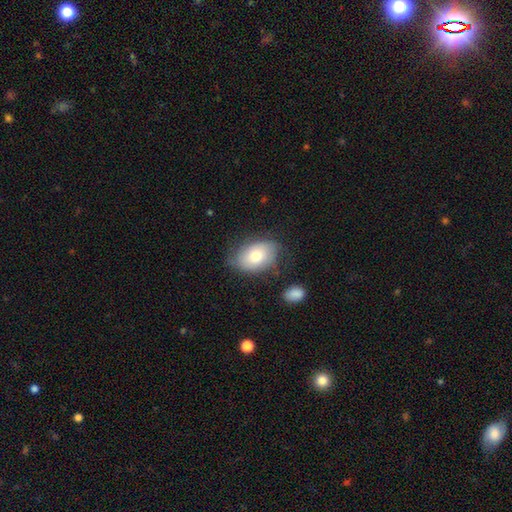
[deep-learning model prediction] This appears to be a smooth galaxy with no disk features (73%) that is in between round and cigar-shaped (85%). Merging: none (67%).